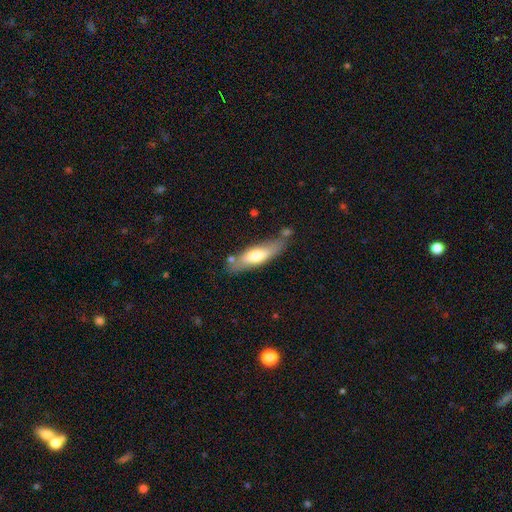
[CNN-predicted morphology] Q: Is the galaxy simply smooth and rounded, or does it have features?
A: smooth — 61%.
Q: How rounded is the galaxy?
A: cigar-shaped — 52%.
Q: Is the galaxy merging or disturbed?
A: none — 66%.